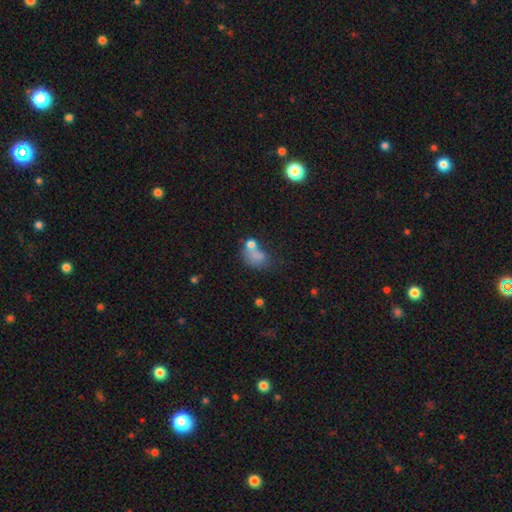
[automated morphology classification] Smooth or featured? Predicted: smooth (p=0.68). How rounded? Predicted: in between (p=0.72). Merging? Predicted: merger (p=0.31).